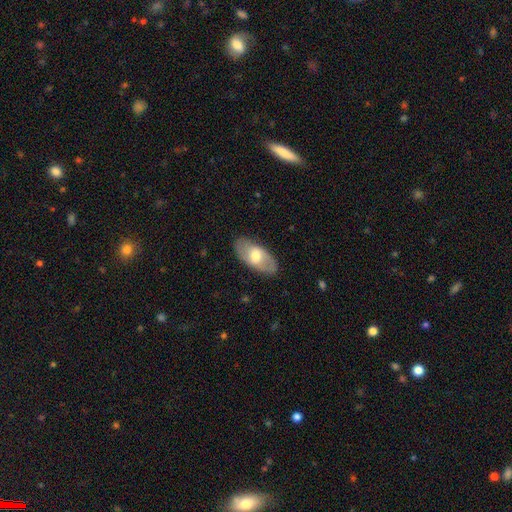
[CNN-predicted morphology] A smooth galaxy with no disk features (55%) that is in between round and cigar-shaped (91%).

Vote fractions:
- Smooth or featured? smooth: 55% / featured or disk: 40% / star or artifact: 5%
- How rounded? in between: 91% / cigar-shaped: 5% / round: 3%
- Merging? none: 84% / minor disturbance: 12% / major disturbance: 3% / merger: 1%